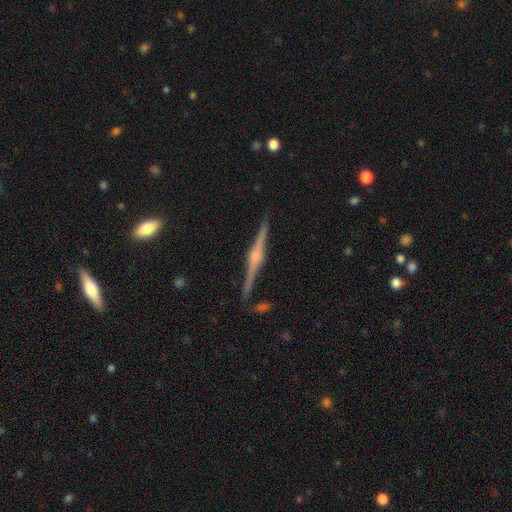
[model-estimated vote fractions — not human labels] Smooth or featured? Predicted: featured or disk (p=0.86). Edge-on disk? Predicted: yes (p=0.98). Edge-on bulge? Predicted: rounded (p=0.76). Merging? Predicted: none (p=0.89).